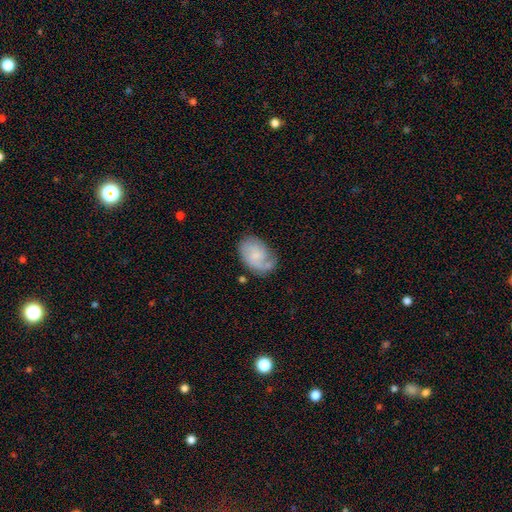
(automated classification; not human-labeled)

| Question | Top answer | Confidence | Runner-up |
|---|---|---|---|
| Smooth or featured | featured or disk | 59% | smooth (34%) |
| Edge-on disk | no | 97% | yes (3%) |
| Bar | no | 64% | weak (32%) |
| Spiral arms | yes | 89% | no (11%) |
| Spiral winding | medium | 42% | tight (33%) |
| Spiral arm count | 2 | 37% | 1 (34%) |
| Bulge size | small | 54% | none (25%) |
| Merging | none | 60% | minor disturbance (25%) |